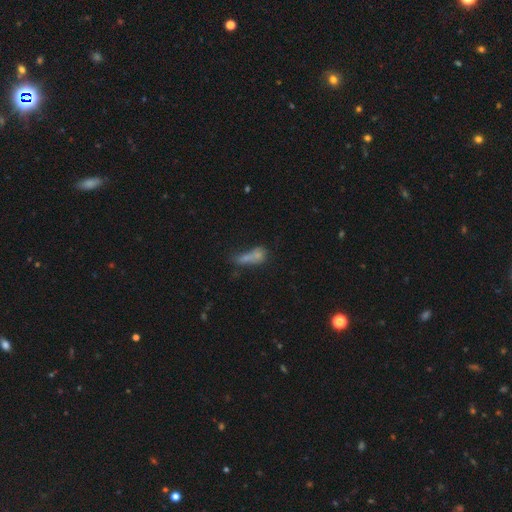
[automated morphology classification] Overall: smooth (61%; featured or disk 21%). How rounded: in between (48%; cigar-shaped 41%). Merging: merger (39%; none 29%).